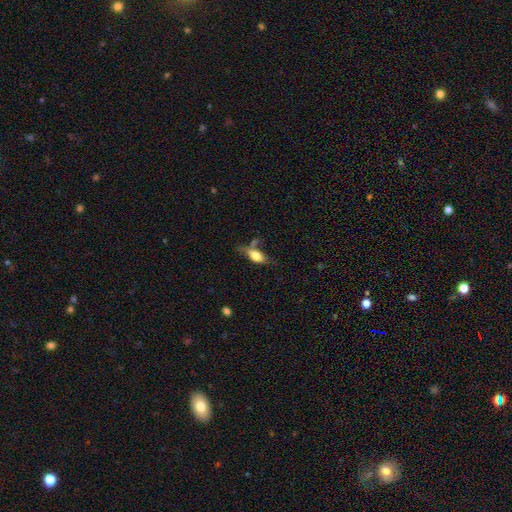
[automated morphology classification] This appears to be a smooth galaxy with no disk features (70%) that is in between round and cigar-shaped (82%). Merging: none (42%).